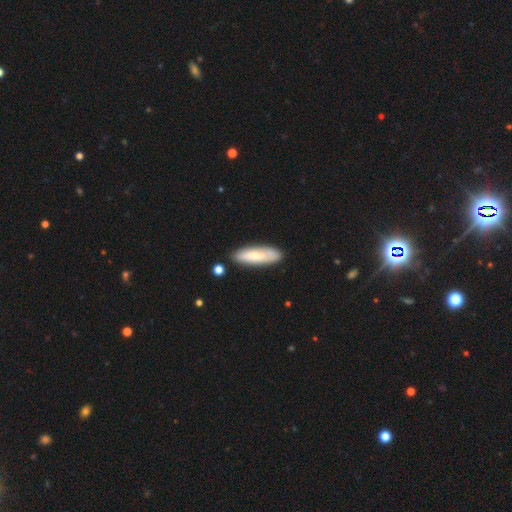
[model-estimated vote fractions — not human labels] Q: Smooth or featured?
A: smooth (68%); runner-up: featured or disk (27%)
Q: How rounded?
A: cigar-shaped (58%); runner-up: in between (40%)
Q: Merging?
A: none (81%); runner-up: minor disturbance (13%)